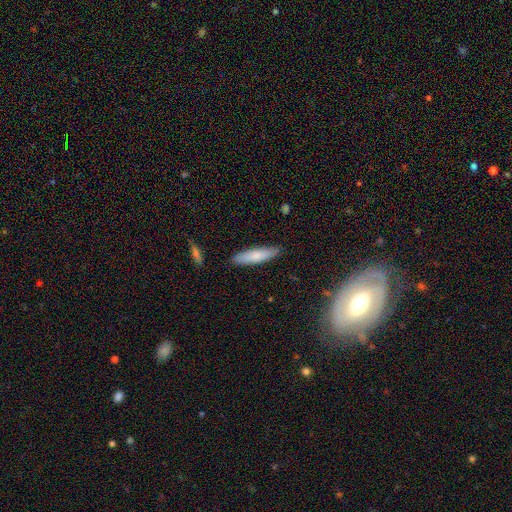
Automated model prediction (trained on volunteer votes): Smooth or featured?
  - smooth: 75% *
  - featured or disk: 19%
  - star or artifact: 6%
How rounded?
  - cigar-shaped: 77% *
  - in between: 22%
  - round: 1%
Merging?
  - none: 88% *
  - minor disturbance: 9%
  - major disturbance: 2%
  - merger: 2%